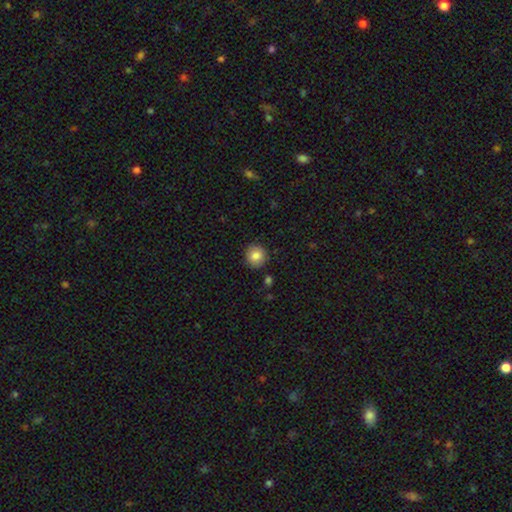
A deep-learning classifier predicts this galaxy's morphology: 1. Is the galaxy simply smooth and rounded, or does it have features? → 85% smooth, 9% star or artifact, 7% featured or disk.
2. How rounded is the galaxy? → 91% round, 8% in between, 1% cigar-shaped.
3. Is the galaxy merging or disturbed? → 89% none, 7% minor disturbance, 2% major disturbance, 2% merger.